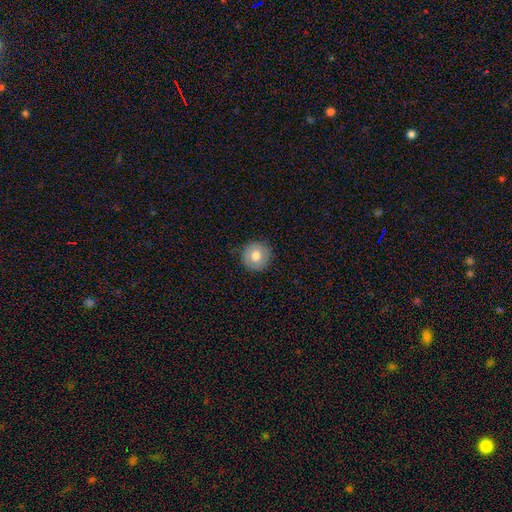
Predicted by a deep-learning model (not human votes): Q: Smooth or featured?
A: smooth (76%); runner-up: featured or disk (16%)
Q: How rounded?
A: round (95%); runner-up: in between (4%)
Q: Merging?
A: none (89%); runner-up: minor disturbance (8%)